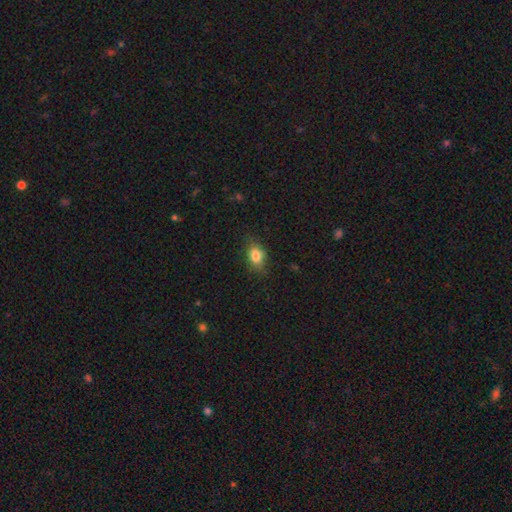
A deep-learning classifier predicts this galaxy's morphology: A smooth galaxy with no disk features (82%) that is in between round and cigar-shaped (73%).

Vote fractions:
- Smooth or featured? smooth: 82% / star or artifact: 9% / featured or disk: 9%
- How rounded? in between: 73% / round: 24% / cigar-shaped: 3%
- Merging? none: 78% / minor disturbance: 17% / major disturbance: 4% / merger: 1%